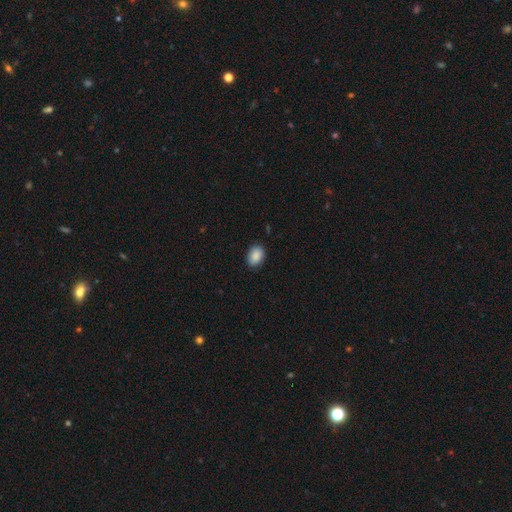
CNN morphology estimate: smooth_or_featured: smooth (p=0.88) [alt: star or artifact p=0.08]
how_rounded: in between (p=0.76) [alt: round p=0.23]
merging: none (p=0.87) [alt: minor disturbance p=0.10]